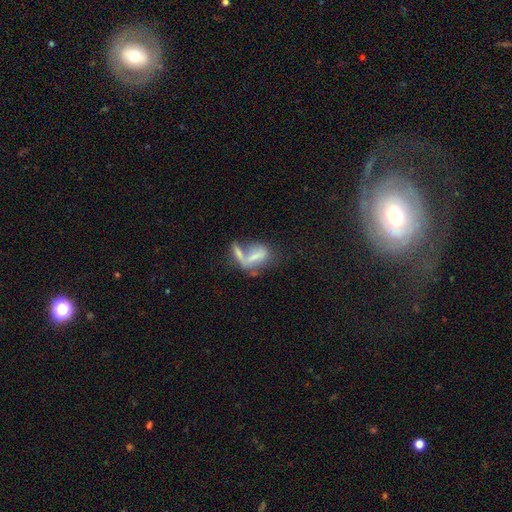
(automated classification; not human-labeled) Morphology: type=smooth (54%); roundness=in between (69%); merging=merger (54%).